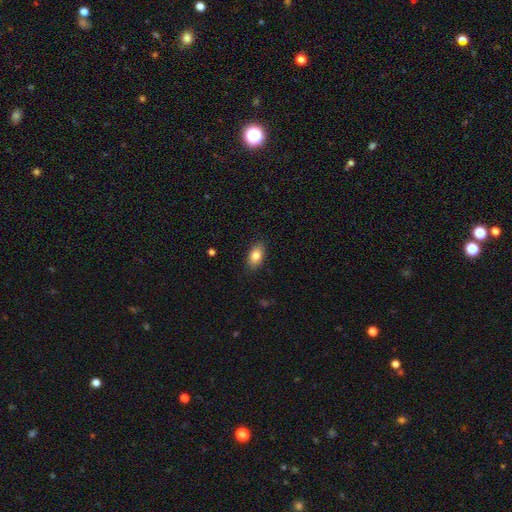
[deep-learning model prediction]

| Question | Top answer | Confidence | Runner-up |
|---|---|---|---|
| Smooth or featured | smooth | 82% | featured or disk (10%) |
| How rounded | in between | 91% | round (6%) |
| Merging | none | 87% | minor disturbance (10%) |